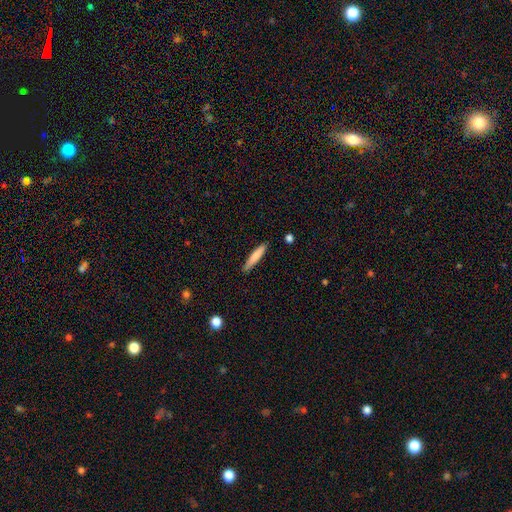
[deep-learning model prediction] Smooth or featured: smooth — 76% (featured or disk — 19%)
How rounded: cigar-shaped — 91% (in between — 8%)
Merging: none — 88% (minor disturbance — 9%)